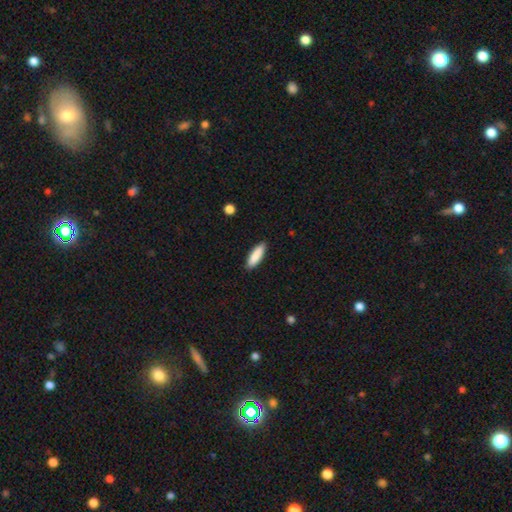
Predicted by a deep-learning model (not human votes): This is clearly a smooth galaxy (88%). How rounded: possibly cigar-shaped (54%). Merging: clearly none (88%).